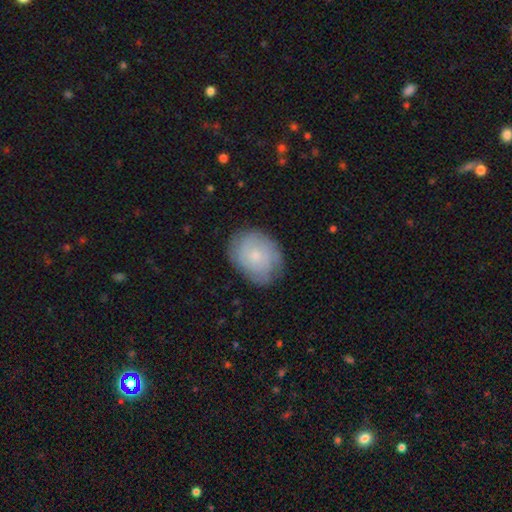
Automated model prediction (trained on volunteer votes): This is possibly a smooth galaxy (53%). How rounded: possibly in between (59%). Merging: likely none (75%).